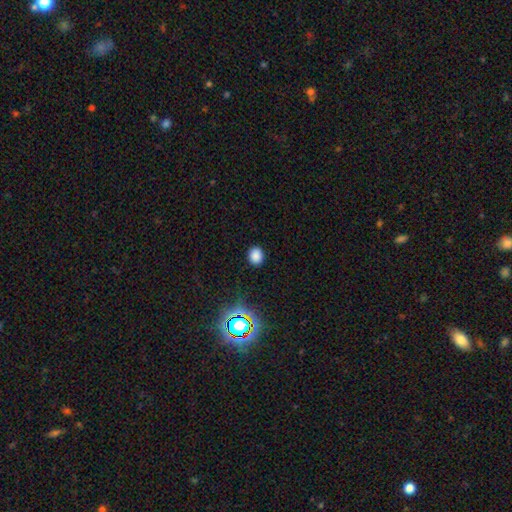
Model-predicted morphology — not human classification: smooth-or-featured: smooth: 82% | star or artifact: 15% | featured or disk: 4%
  how-rounded: round: 59% | in between: 40% | cigar-shaped: 1%
  merging: none: 89% | minor disturbance: 7% | major disturbance: 2% | merger: 1%